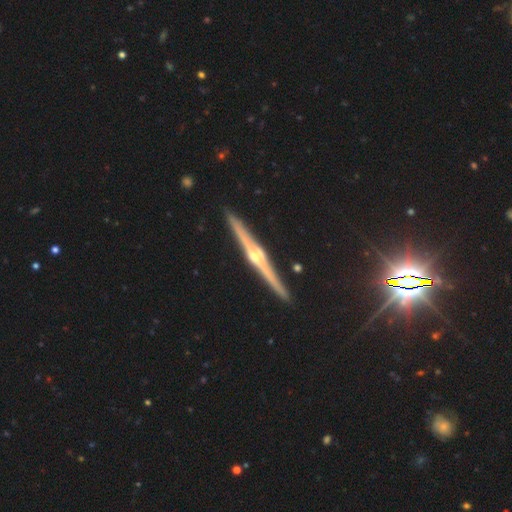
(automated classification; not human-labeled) Overall: featured or disk (86%). Edge-on disk: yes (98%). Edge-on bulge: rounded (88%). Merging: none (92%).